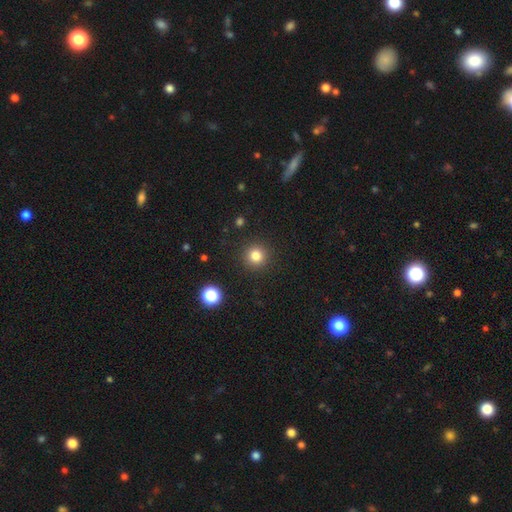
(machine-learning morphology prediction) Q: Smooth or featured?
A: smooth (81%); runner-up: star or artifact (14%)
Q: How rounded?
A: round (95%); runner-up: in between (4%)
Q: Merging?
A: none (91%); runner-up: minor disturbance (5%)